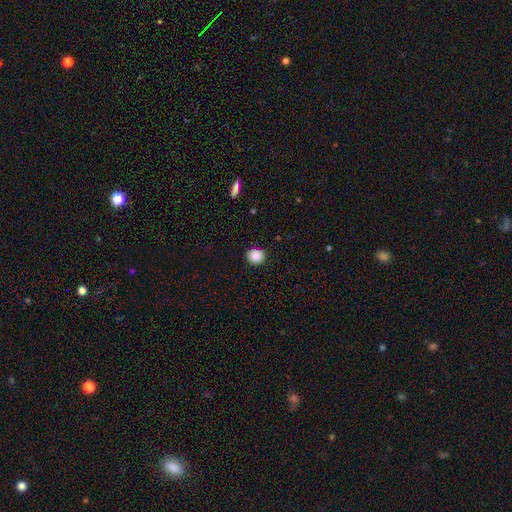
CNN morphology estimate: smooth 88%, star or artifact 9%, featured or disk 3%. Down the decision tree: how rounded — round (84%); merging — none (90%).